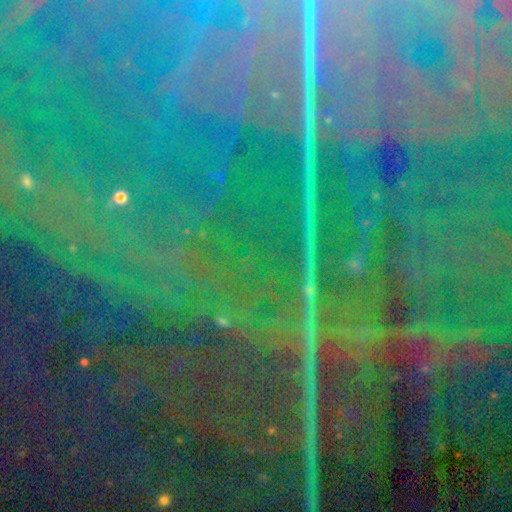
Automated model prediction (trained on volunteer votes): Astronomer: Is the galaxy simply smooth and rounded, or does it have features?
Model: star or artifact — 87%.